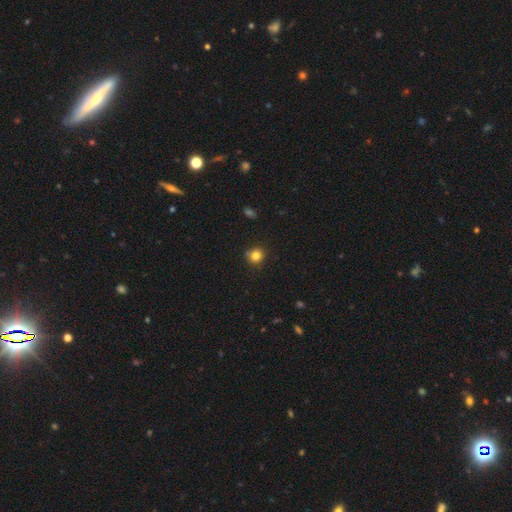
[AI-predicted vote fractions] smooth 81%, star or artifact 13%, featured or disk 6%. Down the decision tree: how rounded — round (89%); merging — none (81%).